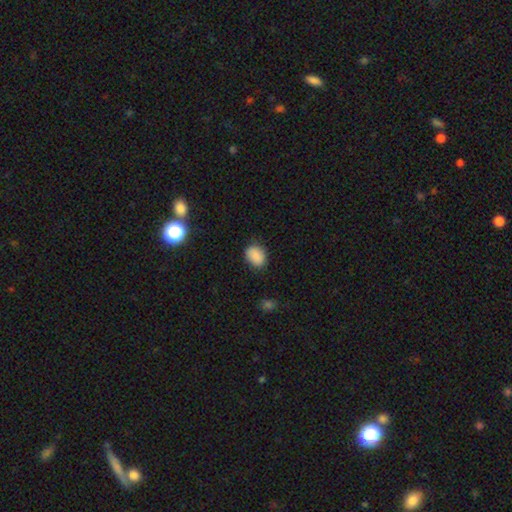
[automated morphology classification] smooth-or-featured: smooth: 87% | star or artifact: 9% | featured or disk: 4%
  how-rounded: in between: 67% | round: 32% | cigar-shaped: 1%
  merging: none: 80% | minor disturbance: 16% | major disturbance: 3% | merger: 1%